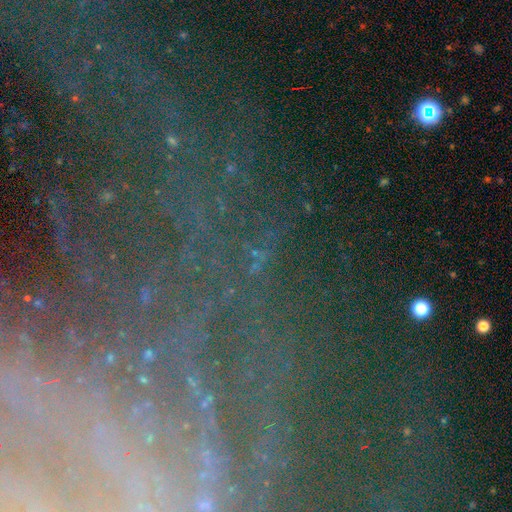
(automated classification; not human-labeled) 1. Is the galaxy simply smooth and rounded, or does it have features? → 51% star or artifact, 35% featured or disk, 14% smooth.